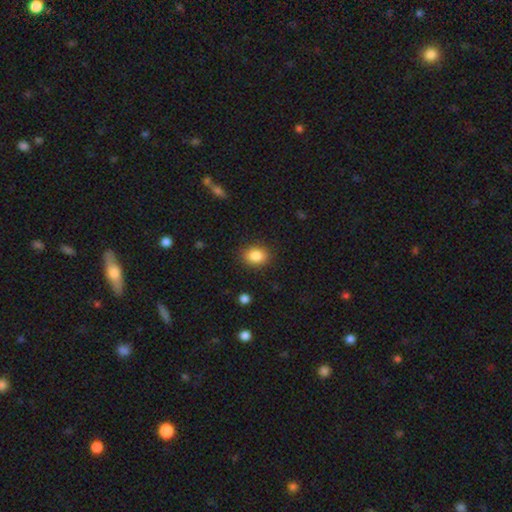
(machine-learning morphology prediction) Smooth or featured? smooth (86%)
How rounded? in between (57%)
Merging? none (87%)